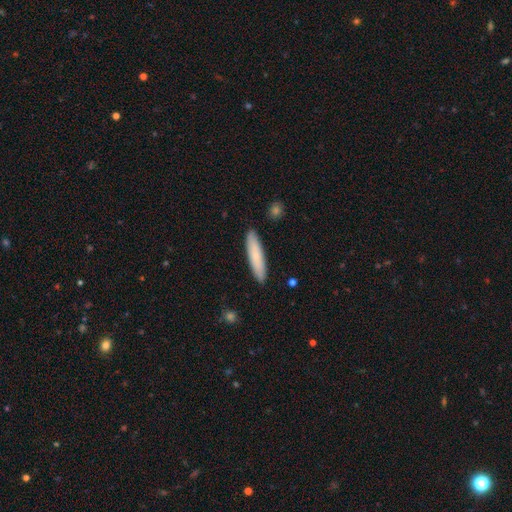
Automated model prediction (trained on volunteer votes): Overall: smooth (76%). How rounded: cigar-shaped (83%). Merging: none (90%).